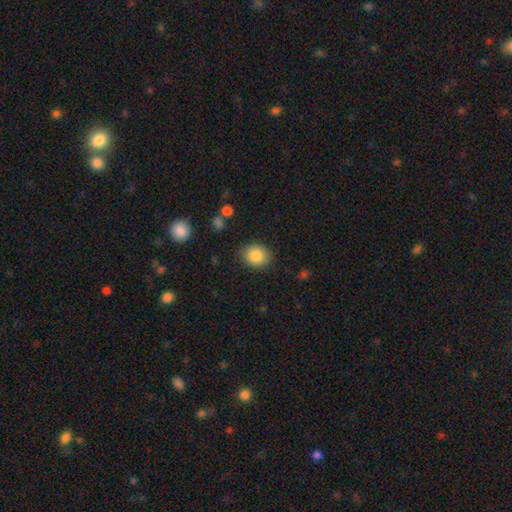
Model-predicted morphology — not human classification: smooth-or-featured: smooth: 85% | star or artifact: 8% | featured or disk: 7%
  how-rounded: round: 53% | in between: 46% | cigar-shaped: 1%
  merging: none: 86% | minor disturbance: 10% | major disturbance: 3% | merger: 1%